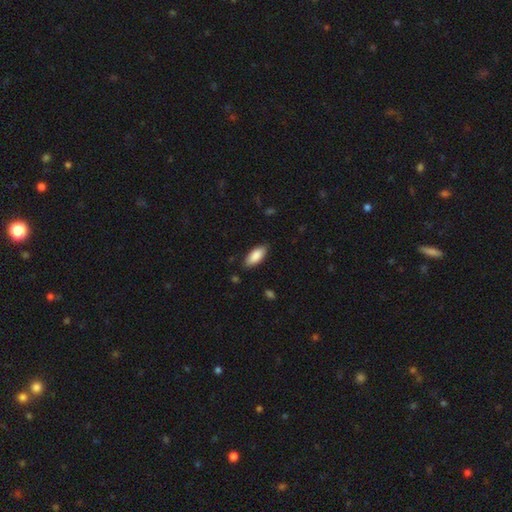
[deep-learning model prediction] Overall: smooth (88%). How rounded: in between (86%). Merging: none (85%).